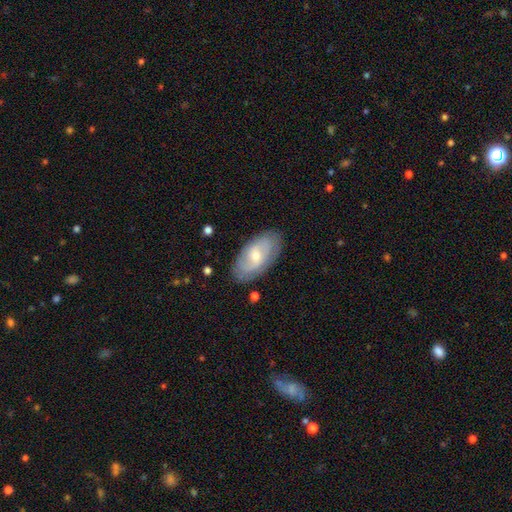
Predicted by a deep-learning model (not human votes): A featured or disk galaxy (53%). Merging: none (82%).